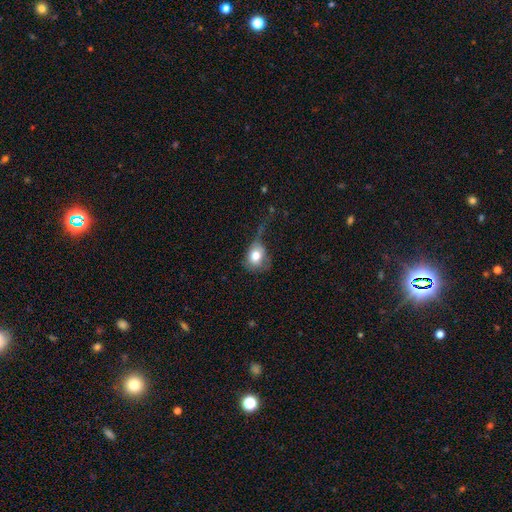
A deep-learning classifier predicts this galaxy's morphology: smooth 76%, featured or disk 16%, star or artifact 8%. Down the decision tree: how rounded — round (58%); merging — major disturbance (42%).